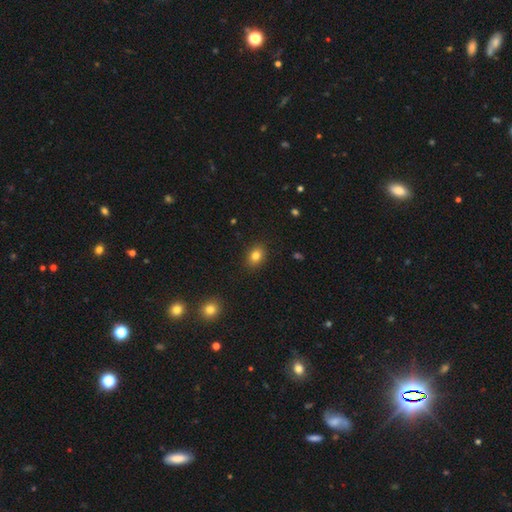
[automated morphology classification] smooth-or-featured: smooth: 82% | star or artifact: 11% | featured or disk: 7%
  how-rounded: in between: 65% | round: 34% | cigar-shaped: 1%
  merging: none: 88% | minor disturbance: 8% | major disturbance: 2% | merger: 1%